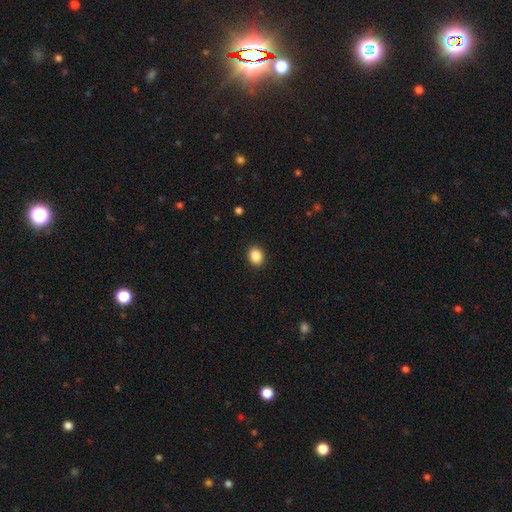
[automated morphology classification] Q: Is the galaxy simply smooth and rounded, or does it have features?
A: smooth — 87%.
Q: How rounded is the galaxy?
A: round — 58%.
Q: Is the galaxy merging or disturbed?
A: none — 91%.